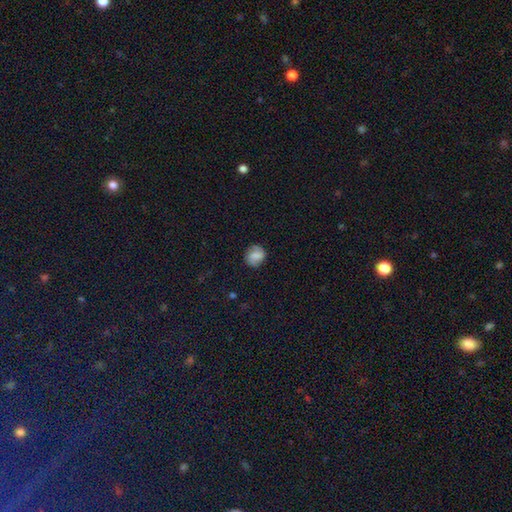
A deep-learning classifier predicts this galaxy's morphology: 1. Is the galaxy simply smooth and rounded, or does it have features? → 65% smooth, 25% featured or disk, 10% star or artifact.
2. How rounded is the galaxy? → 75% round, 23% in between, 1% cigar-shaped.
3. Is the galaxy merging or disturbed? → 79% none, 15% minor disturbance, 5% major disturbance, 1% merger.